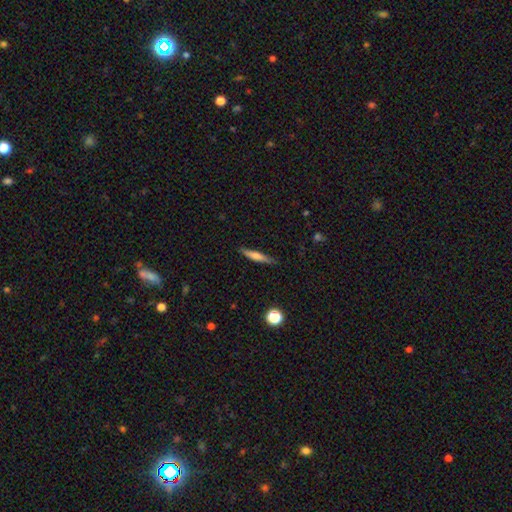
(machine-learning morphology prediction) This is possibly a smooth galaxy (58%). How rounded: clearly cigar-shaped (89%). Merging: clearly none (85%).